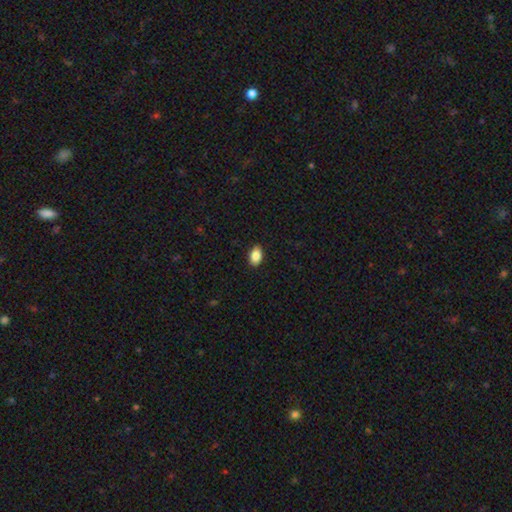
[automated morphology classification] A smooth galaxy with no disk features (87%) that is in between round and cigar-shaped (90%). Merging: none (89%).